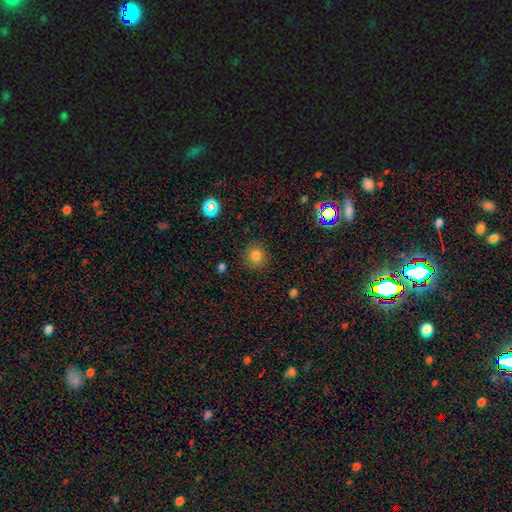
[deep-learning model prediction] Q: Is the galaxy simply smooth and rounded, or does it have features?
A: smooth — 81%.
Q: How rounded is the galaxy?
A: round — 90%.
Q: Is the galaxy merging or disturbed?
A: none — 88%.